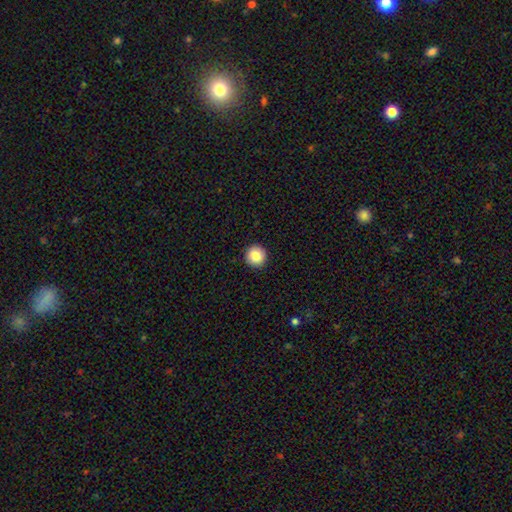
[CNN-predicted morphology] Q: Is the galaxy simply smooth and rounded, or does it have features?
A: smooth — 85%.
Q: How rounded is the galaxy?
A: round — 95%.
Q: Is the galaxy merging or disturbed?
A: none — 93%.